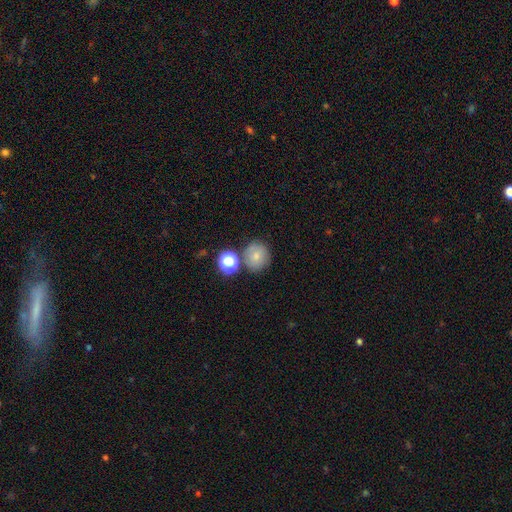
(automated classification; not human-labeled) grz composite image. It shows a smooth galaxy with no disk features (74%) that is round (84%). Merging: none (69%).